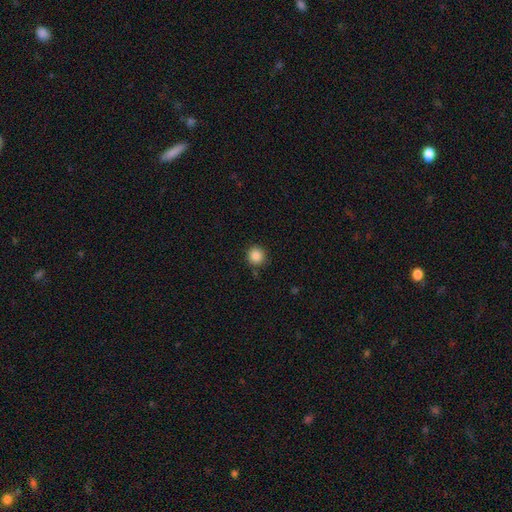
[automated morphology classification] Overall: smooth (87%). How rounded: round (93%). Merging: none (88%).